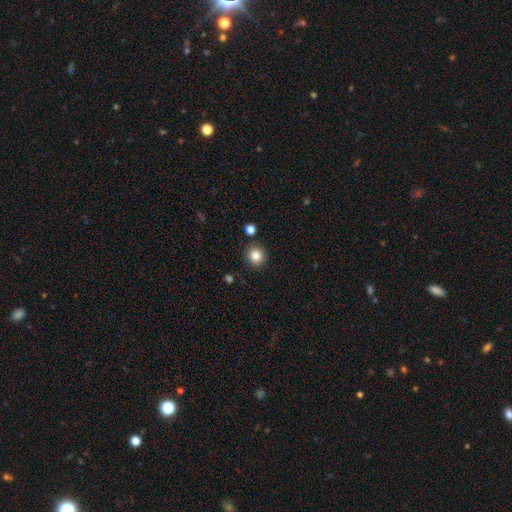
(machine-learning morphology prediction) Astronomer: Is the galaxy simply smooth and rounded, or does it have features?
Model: smooth — 84%.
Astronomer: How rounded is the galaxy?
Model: round — 90%.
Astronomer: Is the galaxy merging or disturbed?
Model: none — 89%.